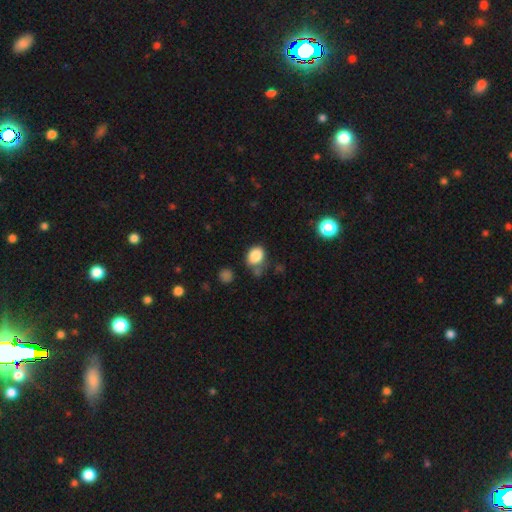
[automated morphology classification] smooth_or_featured: smooth (p=0.85) [alt: star or artifact p=0.10]
how_rounded: in between (p=0.54) [alt: round p=0.45]
merging: none (p=0.64) [alt: minor disturbance p=0.22]